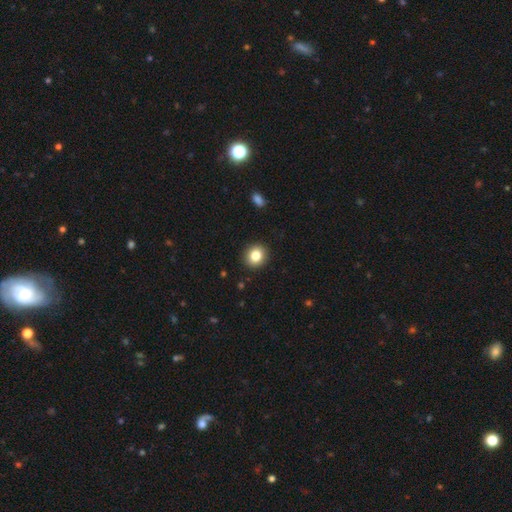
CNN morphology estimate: The model was most divided on "how rounded": round: 76%, in between: 23%, cigar-shaped: 1%. More confident: merging — none (91%); smooth or featured — smooth (83%).